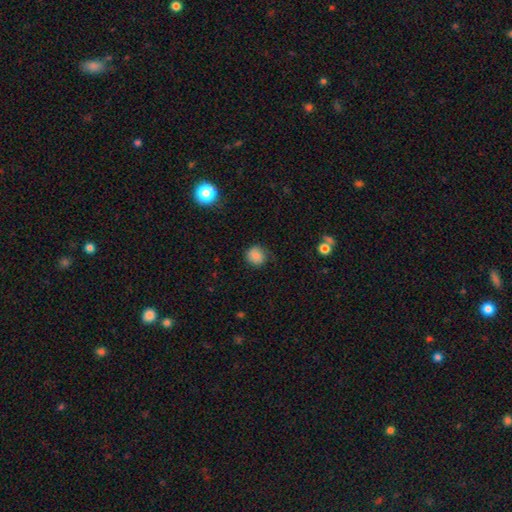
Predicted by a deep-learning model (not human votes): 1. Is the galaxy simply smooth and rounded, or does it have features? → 81% smooth, 10% star or artifact, 9% featured or disk.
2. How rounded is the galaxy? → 85% round, 14% in between, 1% cigar-shaped.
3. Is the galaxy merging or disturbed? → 74% none, 20% minor disturbance, 5% major disturbance, 1% merger.